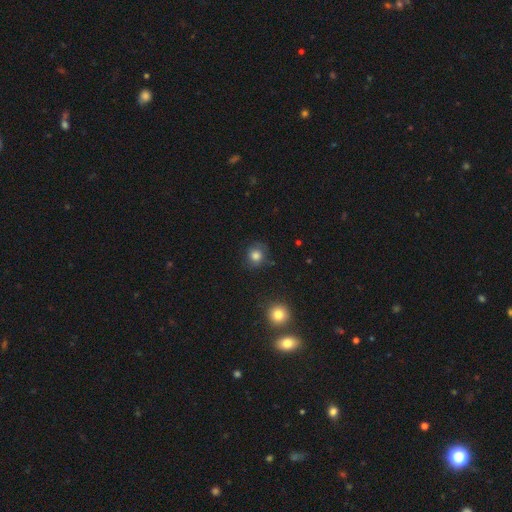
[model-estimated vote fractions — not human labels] smooth-or-featured: smooth: 79% | star or artifact: 12% | featured or disk: 8%
  how-rounded: round: 86% | in between: 13% | cigar-shaped: 1%
  merging: none: 78% | minor disturbance: 16% | major disturbance: 5% | merger: 2%